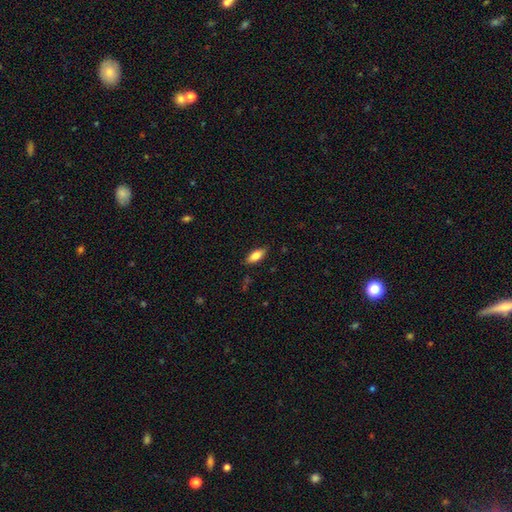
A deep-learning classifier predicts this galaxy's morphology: This appears to be a smooth galaxy with no disk features (79%) that is in between round and cigar-shaped (80%). Merging: none (83%).